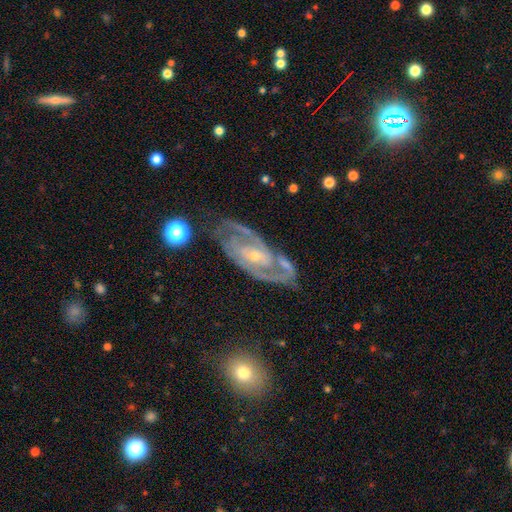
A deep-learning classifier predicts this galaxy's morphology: smooth-or-featured: featured or disk: 90% | star or artifact: 5% | smooth: 4%
  disk-edge-on: no: 95% | yes: 5%
    bar: no: 41% | weak: 38% | strong: 21%
    has-spiral-arms: yes: 97% | no: 3%
      spiral-winding: tight: 50% | medium: 42% | loose: 7%
      spiral-arm-count: 2: 77% | 3: 8% | can't tell: 8% | 1: 3% | 4: 2% | more than 4: 2%
    bulge-size: small: 74% | moderate: 22% | none: 2% | large: 1% | dominant: 1%
  merging: none: 74% | minor disturbance: 16% | major disturbance: 7% | merger: 3%